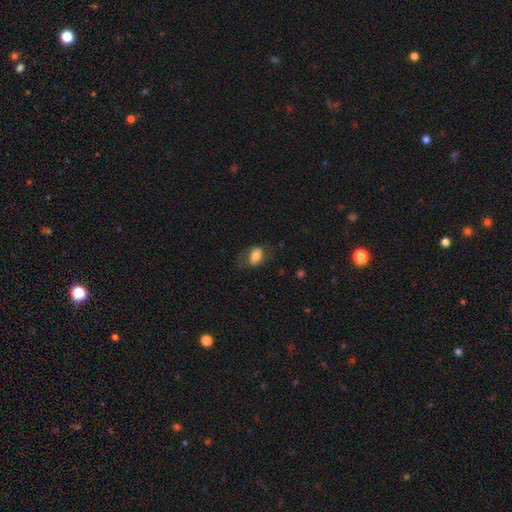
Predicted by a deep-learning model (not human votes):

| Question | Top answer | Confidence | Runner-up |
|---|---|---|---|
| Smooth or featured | smooth | 67% | featured or disk (26%) |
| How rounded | in between | 83% | round (15%) |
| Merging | none | 60% | minor disturbance (21%) |